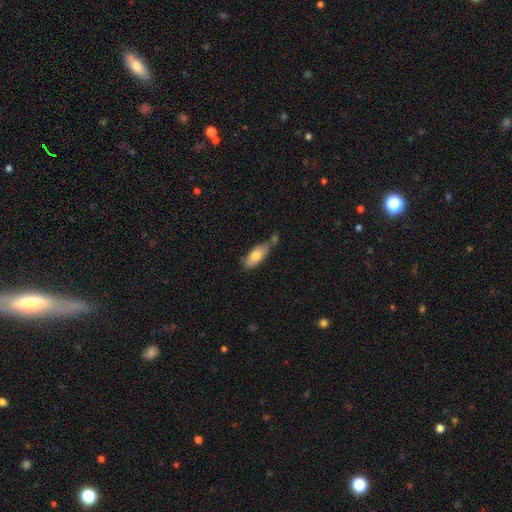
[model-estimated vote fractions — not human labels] Smooth or featured: smooth — 75% (featured or disk — 18%)
How rounded: in between — 79% (cigar-shaped — 18%)
Merging: none — 50% (minor disturbance — 22%)